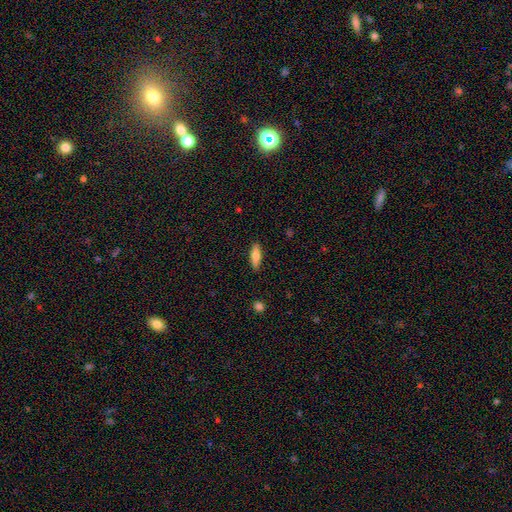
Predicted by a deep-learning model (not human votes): This is likely a smooth galaxy (71%). How rounded: possibly cigar-shaped (54%). Merging: clearly none (88%).